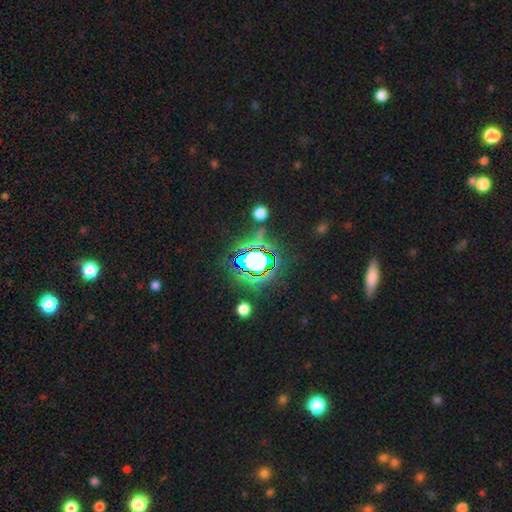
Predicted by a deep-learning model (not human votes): Smooth or featured? Predicted: star or artifact (p=0.74).